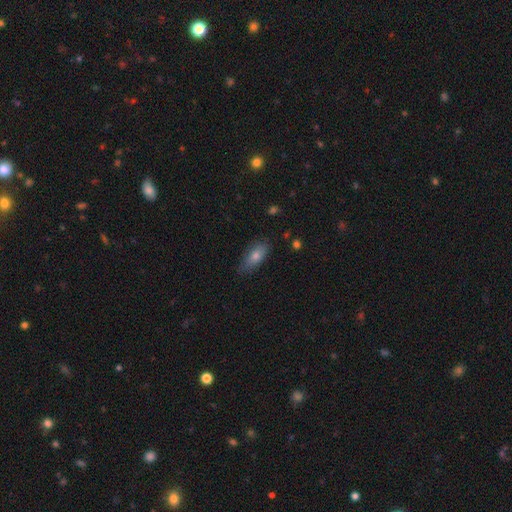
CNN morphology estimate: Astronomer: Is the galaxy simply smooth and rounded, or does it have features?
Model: smooth — 71%.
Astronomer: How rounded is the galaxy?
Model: in between — 74%.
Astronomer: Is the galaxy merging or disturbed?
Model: none — 77%.